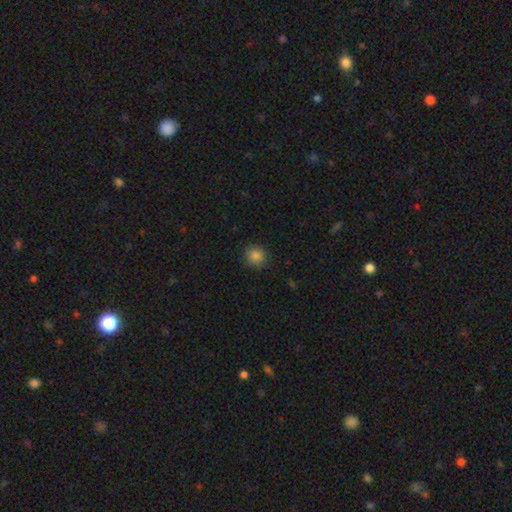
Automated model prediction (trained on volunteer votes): Smooth or featured: smooth — 85% (star or artifact — 11%)
How rounded: round — 88% (in between — 11%)
Merging: none — 87% (minor disturbance — 9%)